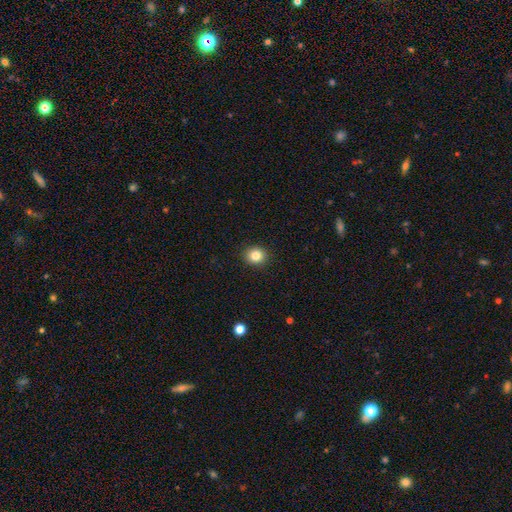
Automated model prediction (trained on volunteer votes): The model was most divided on "how rounded": round: 82%, in between: 17%, cigar-shaped: 1%. More confident: merging — none (92%); smooth or featured — smooth (84%).